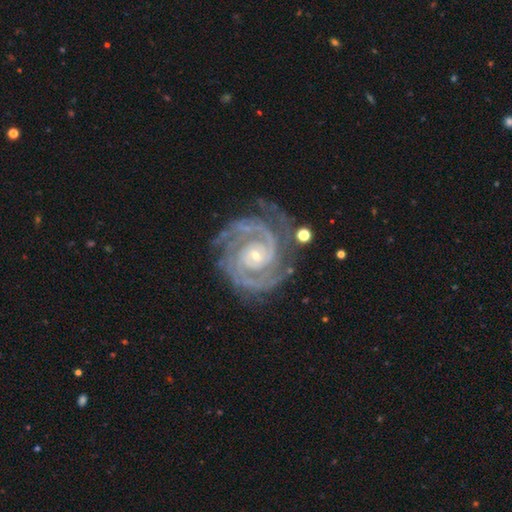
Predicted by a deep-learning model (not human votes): Q: Smooth or featured?
A: featured or disk (92%); runner-up: star or artifact (5%)
Q: Edge-on disk?
A: no (98%); runner-up: yes (2%)
Q: Bar?
A: no (62%); runner-up: weak (26%)
Q: Spiral arms?
A: yes (99%); runner-up: no (1%)
Q: Spiral winding?
A: tight (72%); runner-up: medium (25%)
Q: Spiral arm count?
A: 2 (61%); runner-up: 3 (18%)
Q: Bulge size?
A: small (75%); runner-up: moderate (21%)
Q: Merging?
A: none (73%); runner-up: minor disturbance (17%)